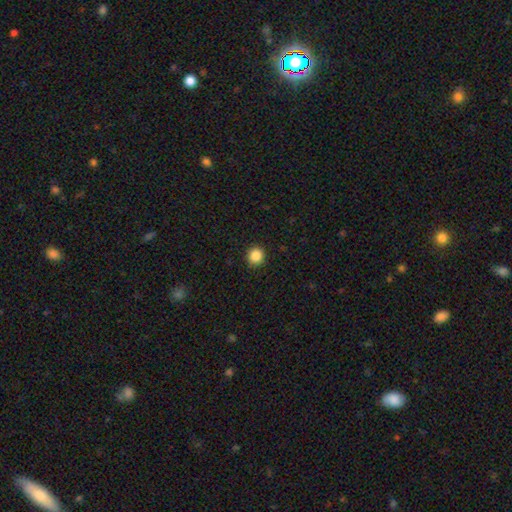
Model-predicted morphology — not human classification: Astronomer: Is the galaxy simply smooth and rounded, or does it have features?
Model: smooth — 87%.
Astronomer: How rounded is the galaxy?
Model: round — 93%.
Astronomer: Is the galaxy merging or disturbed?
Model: none — 92%.